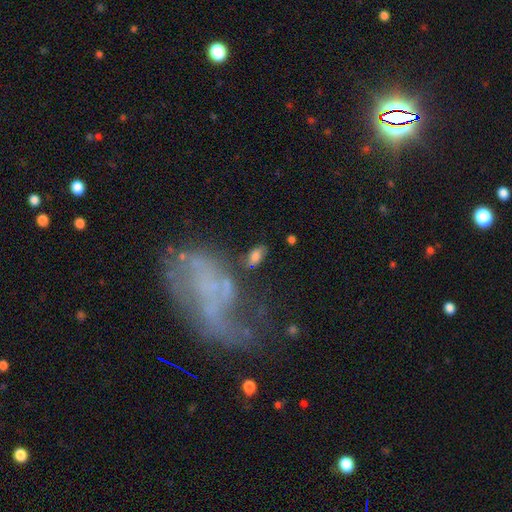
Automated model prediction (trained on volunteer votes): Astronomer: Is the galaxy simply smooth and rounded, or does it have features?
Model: smooth — 75%.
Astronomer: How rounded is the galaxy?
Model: in between — 91%.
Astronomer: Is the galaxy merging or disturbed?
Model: none — 67%.